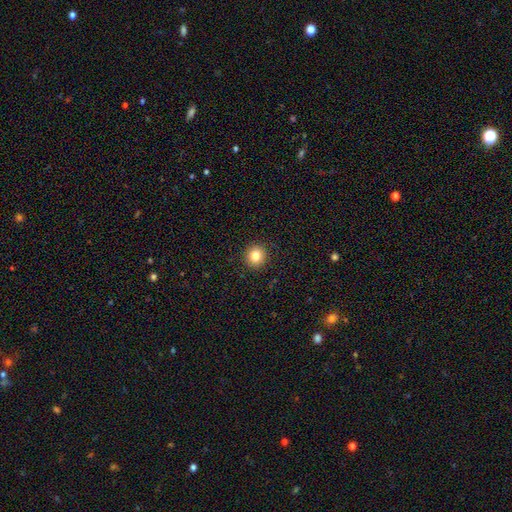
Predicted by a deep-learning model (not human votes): smooth 82%, star or artifact 11%, featured or disk 7%. Down the decision tree: how rounded — round (91%); merging — none (92%).